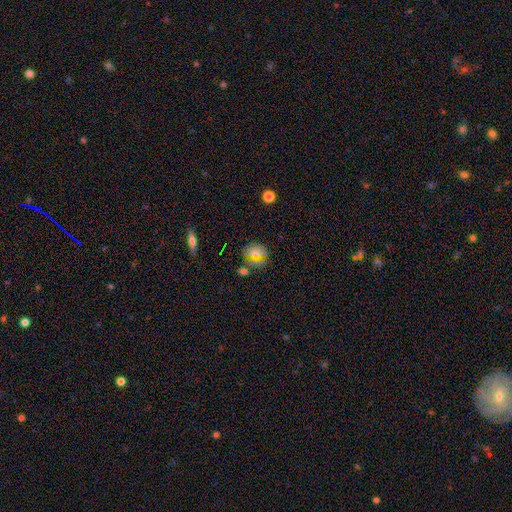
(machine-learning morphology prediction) A smooth galaxy with no disk features (59%) that is round (67%).

Vote fractions:
- Smooth or featured? smooth: 59% / featured or disk: 24% / star or artifact: 17%
- How rounded? round: 67% / in between: 30% / cigar-shaped: 3%
- Merging? none: 68% / minor disturbance: 15% / merger: 11% / major disturbance: 6%